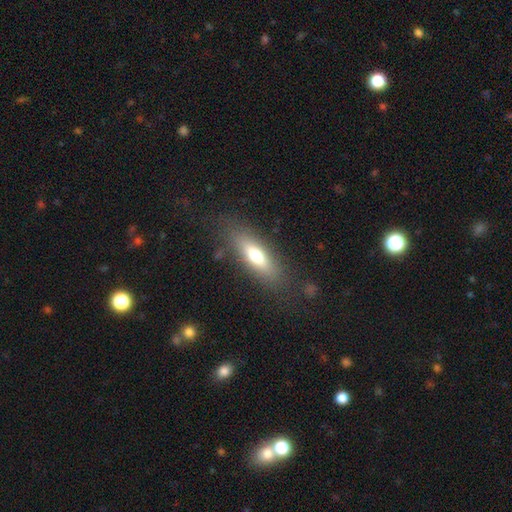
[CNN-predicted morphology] This appears to be a smooth galaxy with no disk features (66%) that is in between round and cigar-shaped (55%). Merging: none (80%).